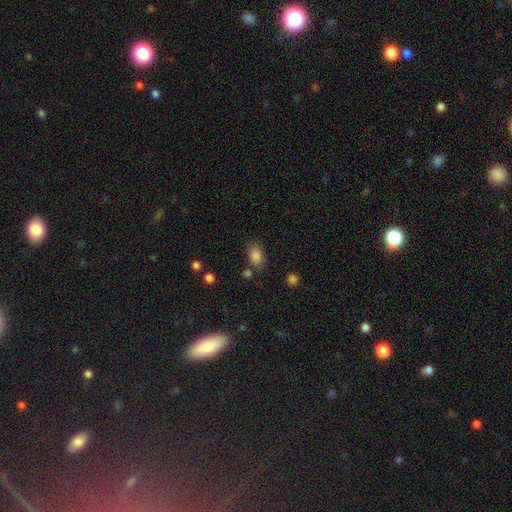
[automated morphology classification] A smooth galaxy with no disk features (84%) that is in between round and cigar-shaped (87%). Merging: none (73%).